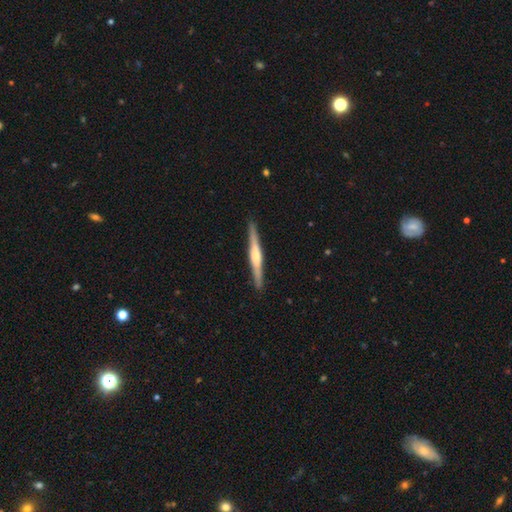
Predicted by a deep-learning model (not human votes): Overall: featured or disk (70%). Edge-on disk: yes (98%). Edge-on bulge: rounded (73%). Merging: none (90%).